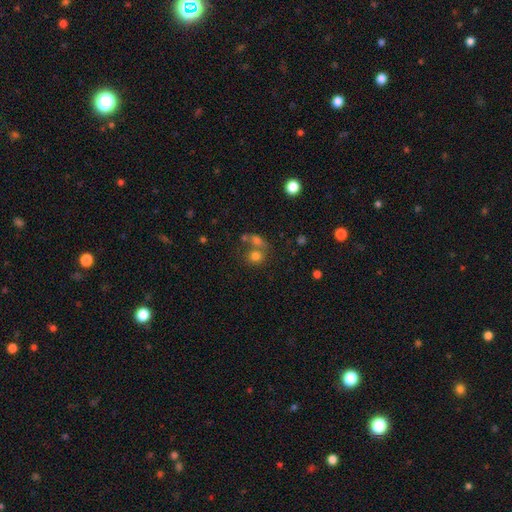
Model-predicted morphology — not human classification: smooth 74%, star or artifact 15%, featured or disk 12%. Down the decision tree: how rounded — round (73%); merging — none (43%).